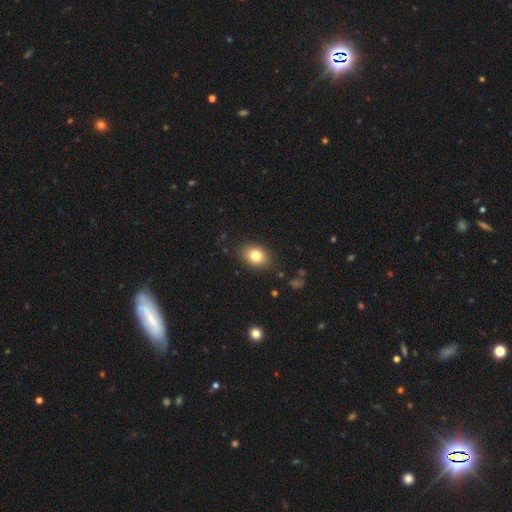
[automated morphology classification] Smooth or featured? Predicted: smooth (p=0.81). How rounded? Predicted: in between (p=0.64). Merging? Predicted: none (p=0.86).